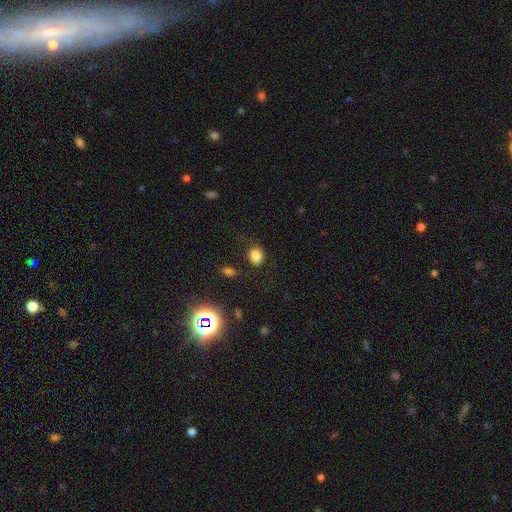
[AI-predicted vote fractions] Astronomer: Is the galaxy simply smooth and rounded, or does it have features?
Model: smooth — 81%.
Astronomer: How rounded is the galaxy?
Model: in between — 57% (runner-up: round, 42%).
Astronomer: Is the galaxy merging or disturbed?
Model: none — 67%.